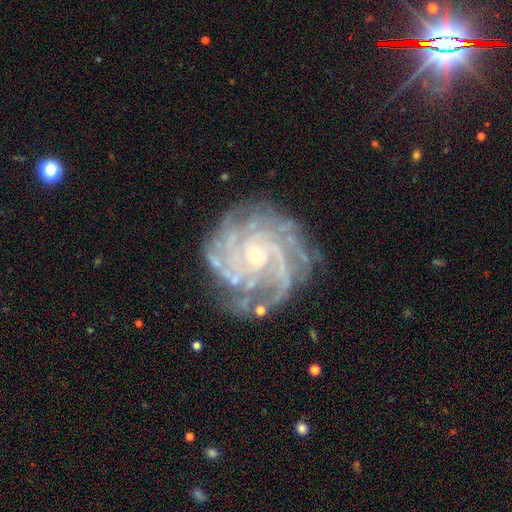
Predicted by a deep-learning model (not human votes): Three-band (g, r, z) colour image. It shows a featured or disk galaxy (91%) with no bar (68%), 4 (28%) tight (70%) spiral arms (98%) and a small central bulge (72%). Merging: none (76%).